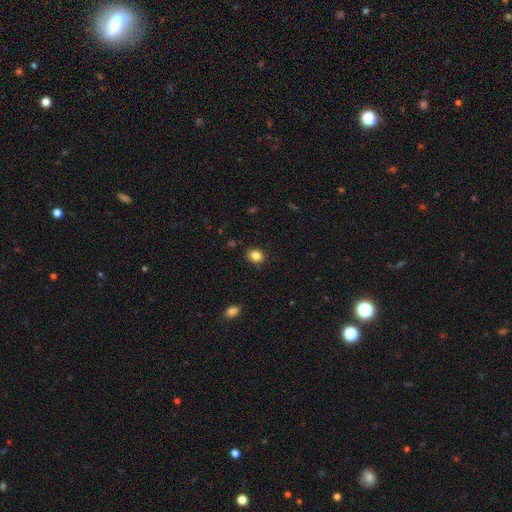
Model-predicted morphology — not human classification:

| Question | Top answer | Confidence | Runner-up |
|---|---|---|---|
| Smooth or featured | smooth | 84% | star or artifact (11%) |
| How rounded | round | 59% | in between (40%) |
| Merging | none | 88% | minor disturbance (9%) |